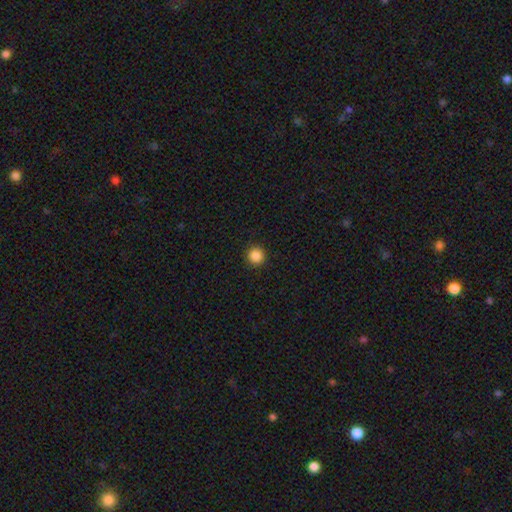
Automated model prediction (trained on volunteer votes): Smooth or featured? Predicted: smooth (p=0.86). How rounded? Predicted: round (p=0.95). Merging? Predicted: none (p=0.93).